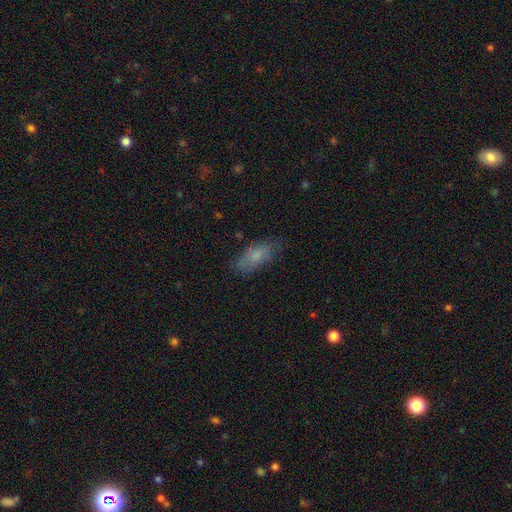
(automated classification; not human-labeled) Overall: smooth (74%). How rounded: in between (73%). Merging: none (72%).